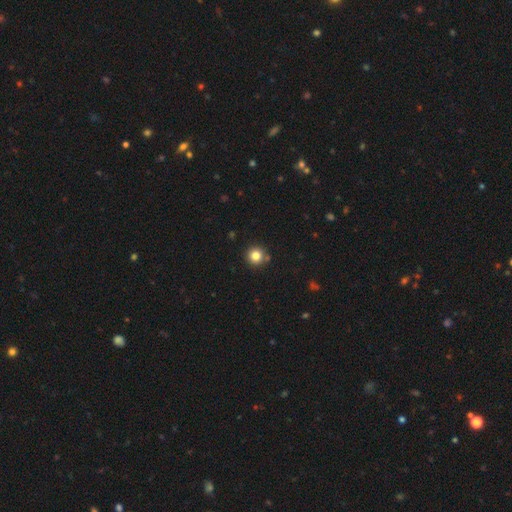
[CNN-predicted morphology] smooth_or_featured: smooth (p=0.82) [alt: star or artifact p=0.12]
how_rounded: round (p=0.95) [alt: in between p=0.04]
merging: none (p=0.86) [alt: minor disturbance p=0.07]